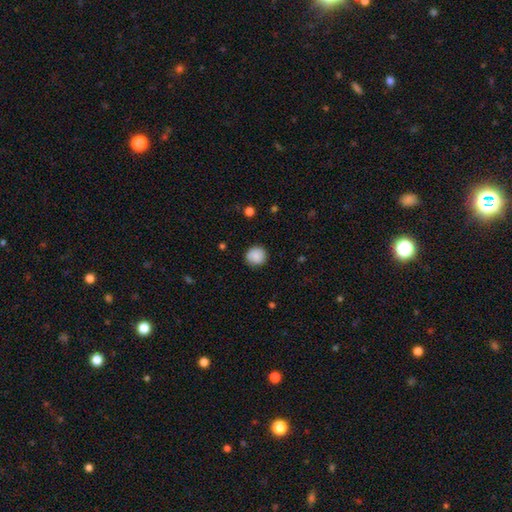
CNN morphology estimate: A smooth galaxy with no disk features (87%) that is round (91%). Merging: none (86%).